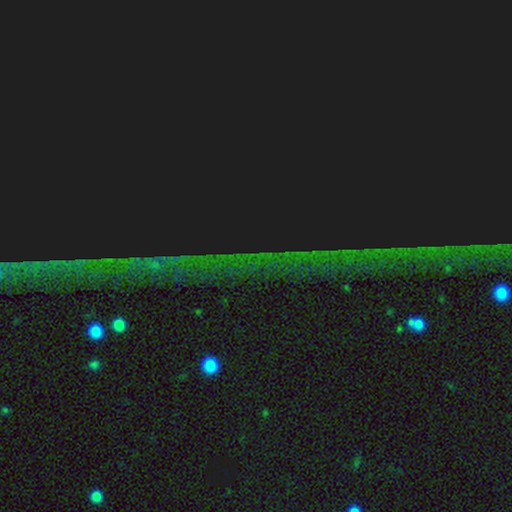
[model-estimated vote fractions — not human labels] star or artifact 87%, featured or disk 7%, smooth 6%.